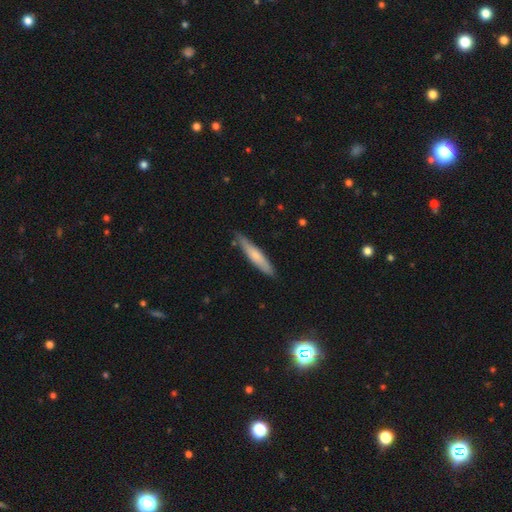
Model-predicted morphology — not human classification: A smooth galaxy with no disk features (64%) that is cigar-shaped (89%).

Vote fractions:
- Smooth or featured? smooth: 64% / featured or disk: 31% / star or artifact: 5%
- How rounded? cigar-shaped: 89% / in between: 10% / round: 1%
- Merging? none: 82% / minor disturbance: 15% / major disturbance: 2% / merger: 2%